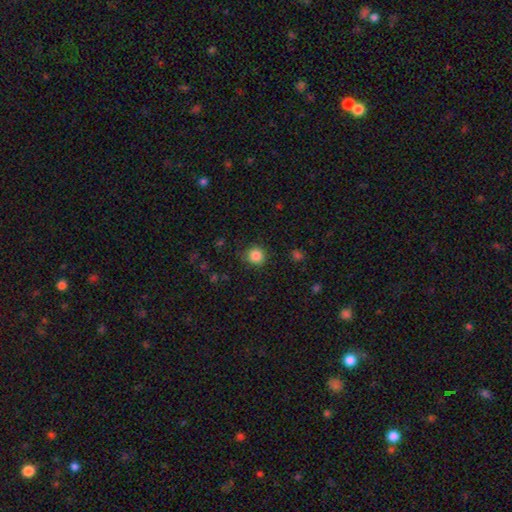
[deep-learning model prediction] This appears to be a smooth galaxy with no disk features (86%) that is round (92%). Merging: none (87%).